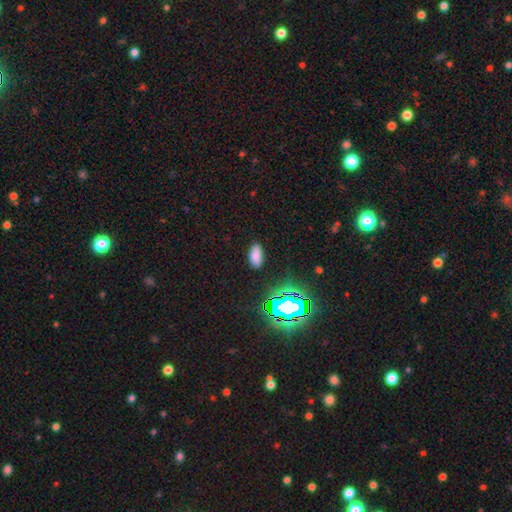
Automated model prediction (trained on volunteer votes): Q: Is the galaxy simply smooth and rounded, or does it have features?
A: smooth — 73%.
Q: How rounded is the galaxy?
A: in between — 91%.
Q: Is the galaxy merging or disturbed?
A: none — 86%.